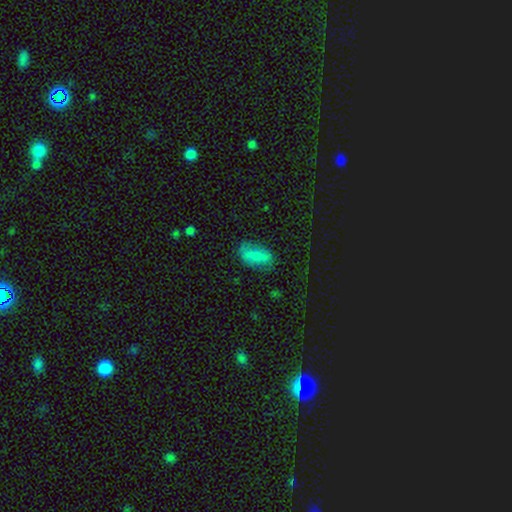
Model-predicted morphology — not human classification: Smooth or featured?
  - smooth: 70% *
  - featured or disk: 21%
  - star or artifact: 8%
How rounded?
  - in between: 86% *
  - cigar-shaped: 8%
  - round: 6%
Merging?
  - none: 69% *
  - minor disturbance: 22%
  - major disturbance: 8%
  - merger: 2%